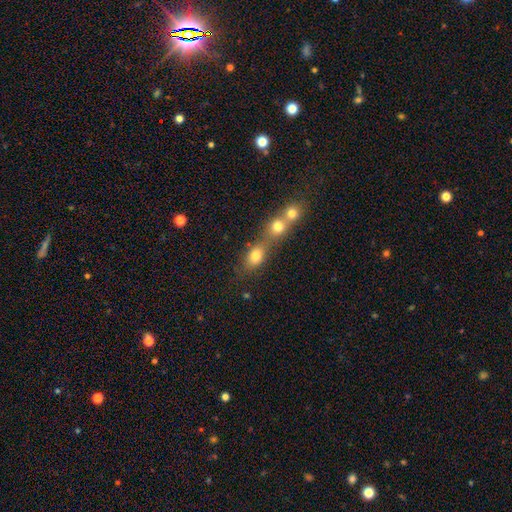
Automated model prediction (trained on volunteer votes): Morphology: type=smooth (75%); roundness=in between (55%); merging=merger (57%).